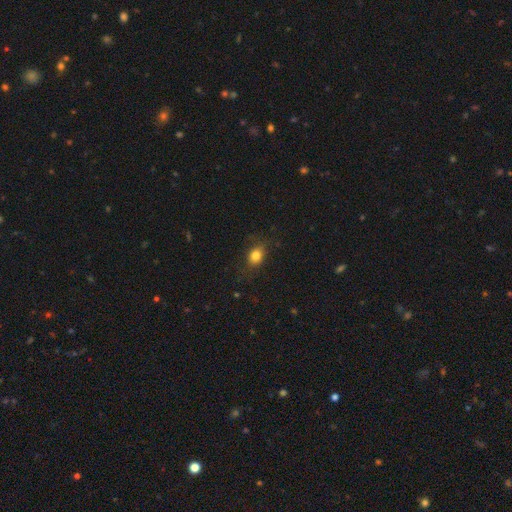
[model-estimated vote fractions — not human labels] smooth_or_featured: smooth (p=0.82) [alt: star or artifact p=0.11]
how_rounded: in between (p=0.62) [alt: round p=0.37]
merging: none (p=0.80) [alt: minor disturbance p=0.14]